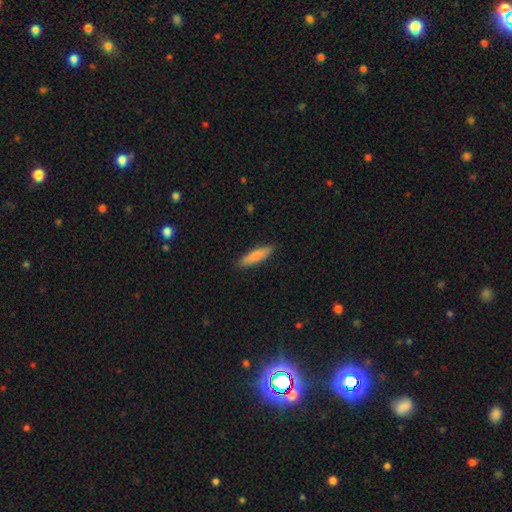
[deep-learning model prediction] smooth_or_featured: smooth (p=0.83) [alt: featured or disk p=0.11]
how_rounded: cigar-shaped (p=0.80) [alt: in between p=0.19]
merging: none (p=0.89) [alt: minor disturbance p=0.08]